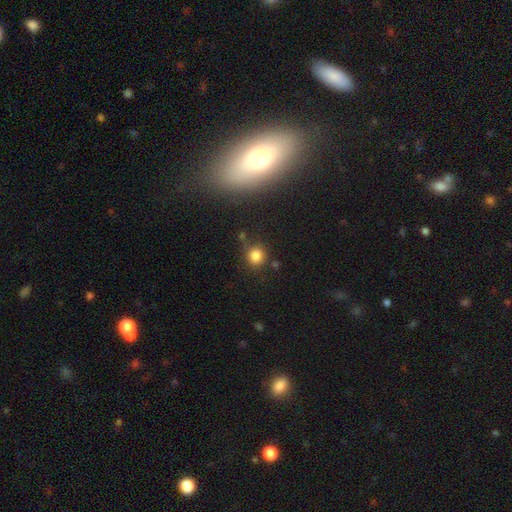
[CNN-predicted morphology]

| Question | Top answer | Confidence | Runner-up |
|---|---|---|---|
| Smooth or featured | smooth | 82% | star or artifact (13%) |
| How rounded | round | 89% | in between (10%) |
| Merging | none | 77% | minor disturbance (12%) |